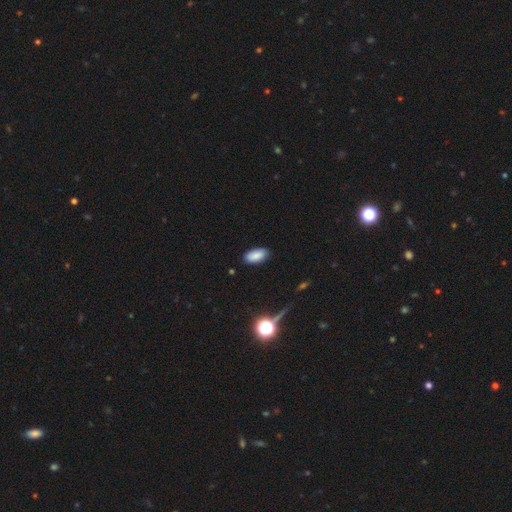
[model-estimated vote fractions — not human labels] Morphology: type=smooth (84%); roundness=in between (93%); merging=none (85%).